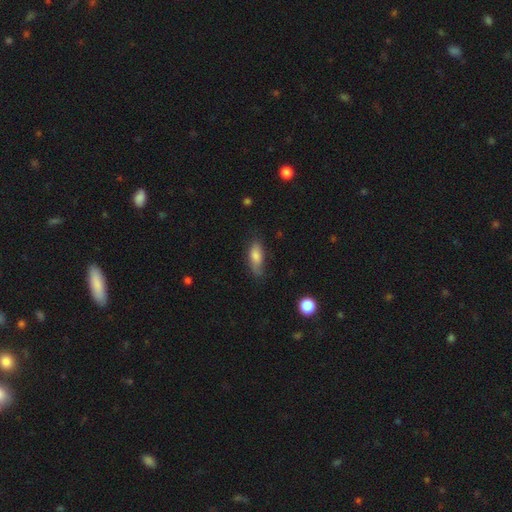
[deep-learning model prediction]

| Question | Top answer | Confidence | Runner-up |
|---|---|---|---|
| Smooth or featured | smooth | 76% | featured or disk (16%) |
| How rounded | in between | 71% | cigar-shaped (26%) |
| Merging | none | 64% | minor disturbance (27%) |